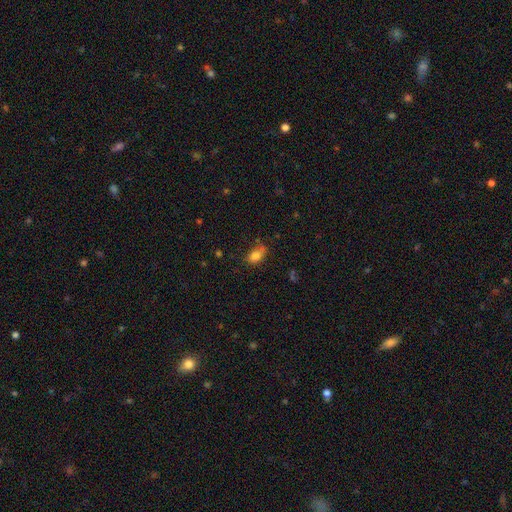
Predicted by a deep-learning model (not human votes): smooth 81%, star or artifact 10%, featured or disk 9%. Down the decision tree: how rounded — in between (84%); merging — none (59%).